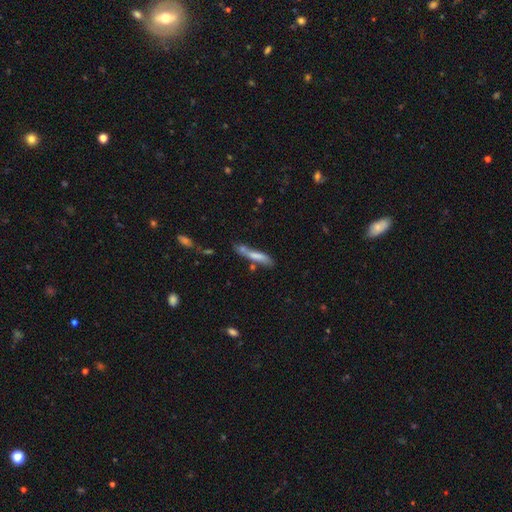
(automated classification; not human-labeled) A smooth galaxy with no disk features (67%) that is cigar-shaped (84%). Merging: none (48%).